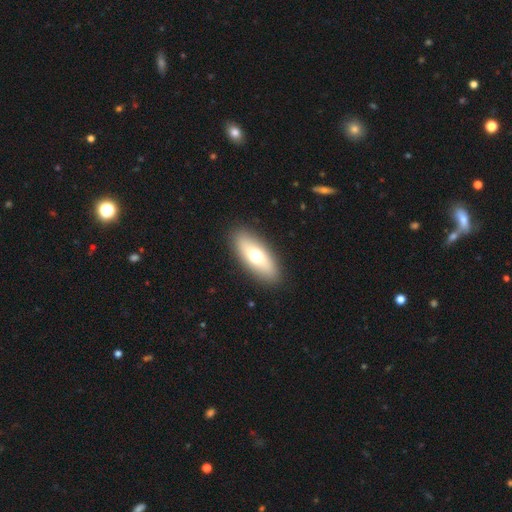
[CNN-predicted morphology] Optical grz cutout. It shows a smooth galaxy with no disk features (65%) that is in between round and cigar-shaped (75%). Merging: none (89%).